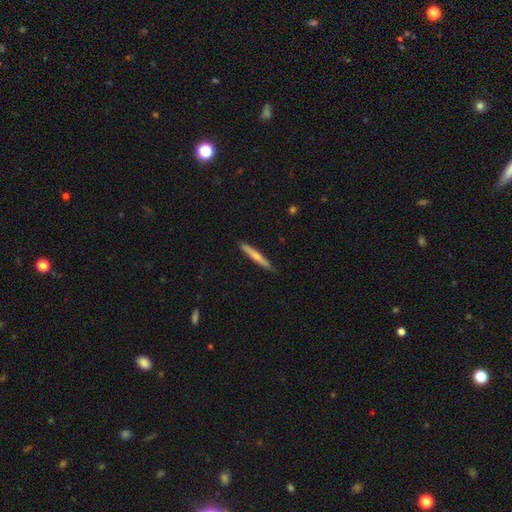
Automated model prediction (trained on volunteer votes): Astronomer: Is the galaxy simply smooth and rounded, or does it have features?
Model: smooth — 62%.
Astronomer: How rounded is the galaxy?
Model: cigar-shaped — 95%.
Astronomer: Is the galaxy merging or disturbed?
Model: none — 87%.